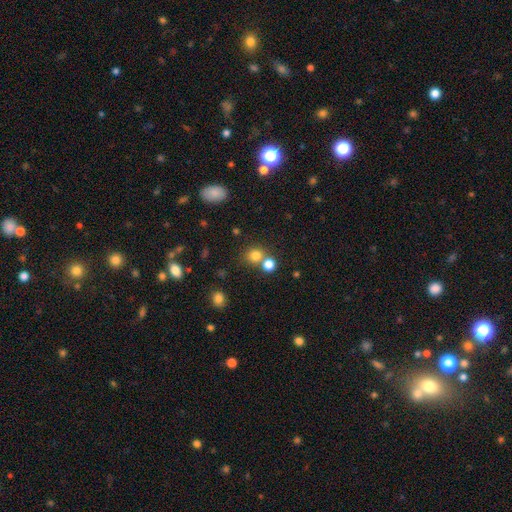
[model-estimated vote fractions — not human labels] A smooth galaxy with no disk features (78%) that is round (84%). Merging: none (61%).